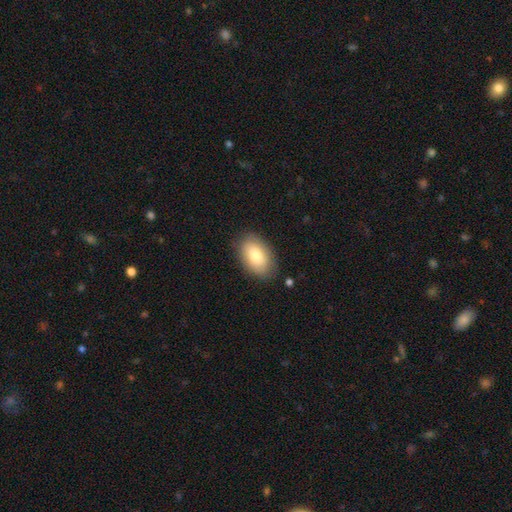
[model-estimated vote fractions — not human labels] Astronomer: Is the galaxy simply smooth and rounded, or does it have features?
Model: smooth — 82%.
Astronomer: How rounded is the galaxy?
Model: in between — 93%.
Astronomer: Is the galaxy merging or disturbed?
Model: none — 84%.